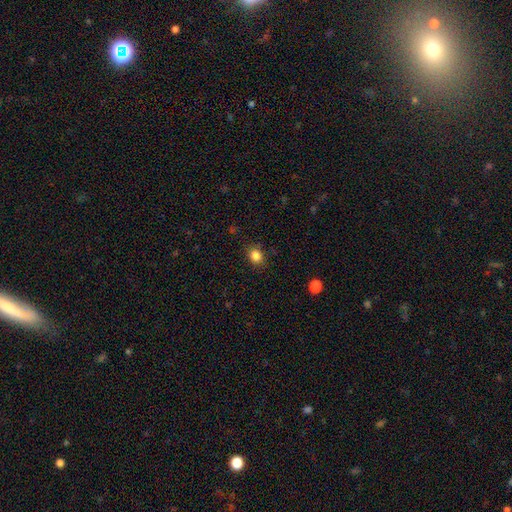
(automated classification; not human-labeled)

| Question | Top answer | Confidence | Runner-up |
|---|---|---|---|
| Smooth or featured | smooth | 85% | star or artifact (11%) |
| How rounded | round | 61% | in between (38%) |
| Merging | none | 85% | minor disturbance (11%) |